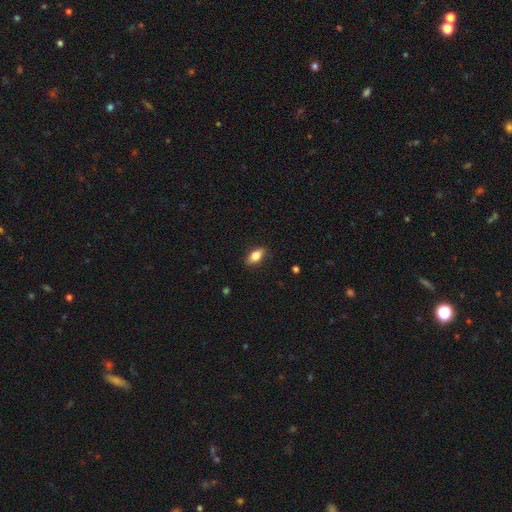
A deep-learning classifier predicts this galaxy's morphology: This appears to be a smooth galaxy with no disk features (77%) that is in between round and cigar-shaped (85%). Merging: none (85%).